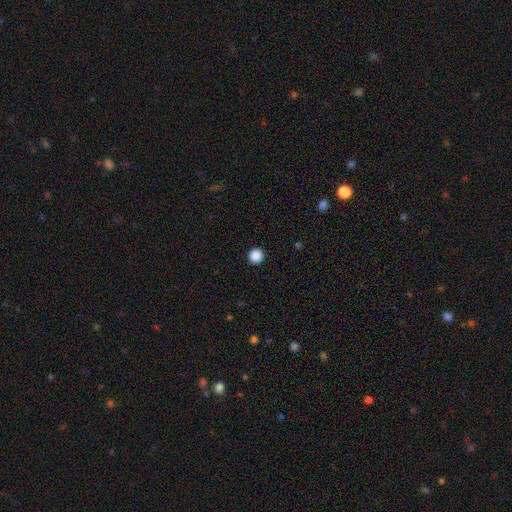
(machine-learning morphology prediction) Overall: smooth (88%). How rounded: round (95%). Merging: none (94%).